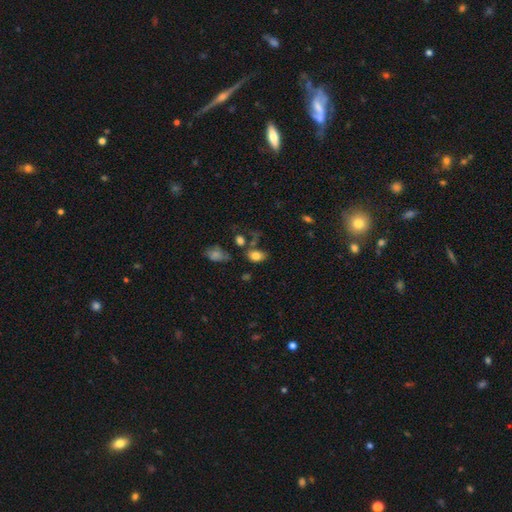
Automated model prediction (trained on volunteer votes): smooth-or-featured: smooth: 79% | featured or disk: 11% | star or artifact: 10%
  how-rounded: in between: 83% | round: 15% | cigar-shaped: 2%
  merging: none: 58% | minor disturbance: 20% | merger: 13% | major disturbance: 8%